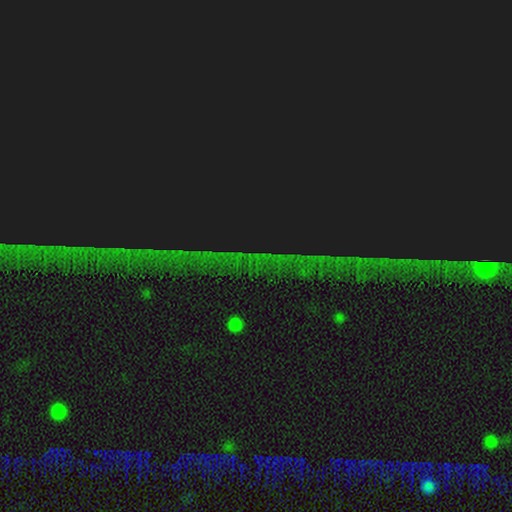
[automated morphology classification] A star or artifact, not a galaxy (84%).